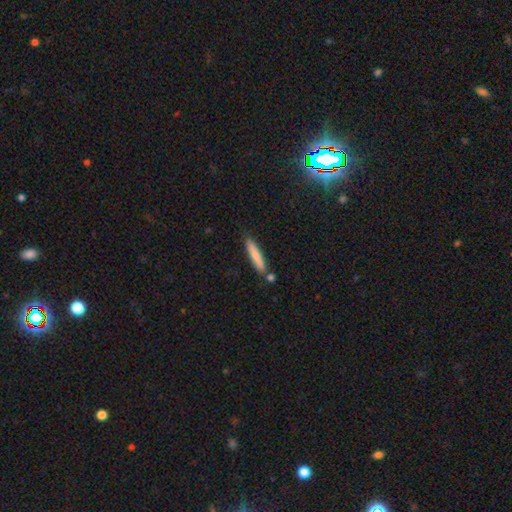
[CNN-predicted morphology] The model was most divided on "smooth or featured": smooth: 80%, featured or disk: 14%, star or artifact: 6%. More confident: how rounded — cigar-shaped (90%); merging — none (79%).